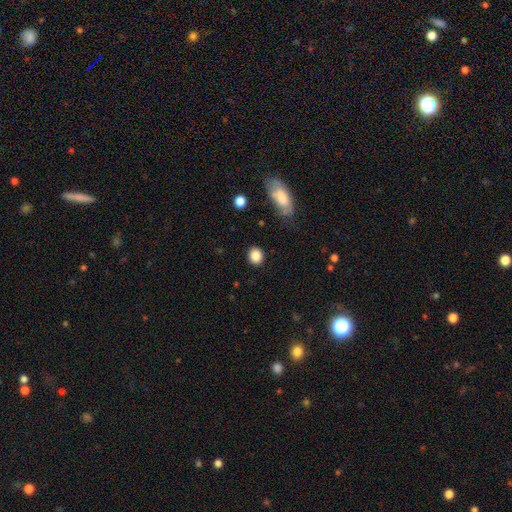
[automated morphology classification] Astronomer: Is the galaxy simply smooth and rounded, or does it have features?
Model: smooth — 87%.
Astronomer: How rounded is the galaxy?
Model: round — 70%.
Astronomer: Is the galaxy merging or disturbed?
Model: none — 87%.